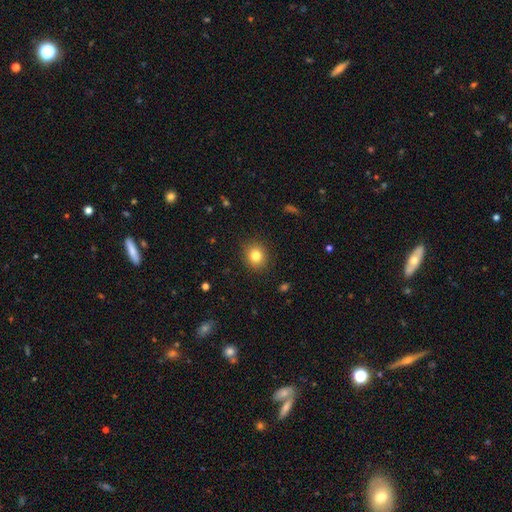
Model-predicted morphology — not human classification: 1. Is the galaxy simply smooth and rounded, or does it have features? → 81% smooth, 11% star or artifact, 7% featured or disk.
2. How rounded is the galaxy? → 78% round, 21% in between, 1% cigar-shaped.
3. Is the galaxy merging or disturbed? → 89% none, 8% minor disturbance, 2% major disturbance, 1% merger.